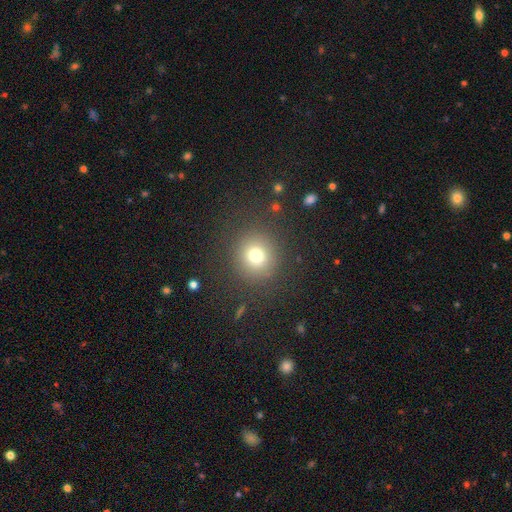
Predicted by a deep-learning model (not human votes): Q: Smooth or featured?
A: smooth (75%); runner-up: star or artifact (15%)
Q: How rounded?
A: round (91%); runner-up: in between (8%)
Q: Merging?
A: none (86%); runner-up: minor disturbance (8%)